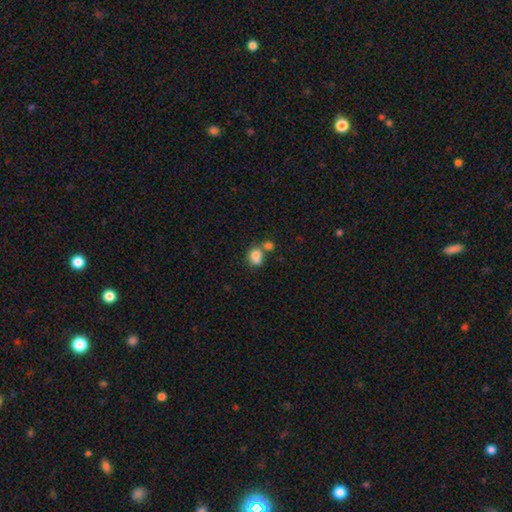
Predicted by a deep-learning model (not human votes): smooth_or_featured: smooth (p=0.81) [alt: star or artifact p=0.10]
how_rounded: round (p=0.58) [alt: in between p=0.41]
merging: merger (p=0.44) [alt: none p=0.39]